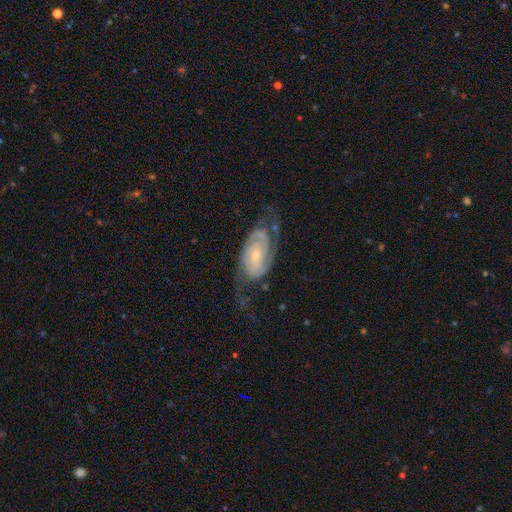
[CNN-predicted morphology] Smooth or featured? featured or disk (88%)
Edge-on disk? no (96%)
Bar? no (59%)
Spiral arms? yes (97%)
Spiral winding? tight (51%)
Spiral arm count? 2 (80%)
Bulge size? small (67%)
Merging? none (65%)